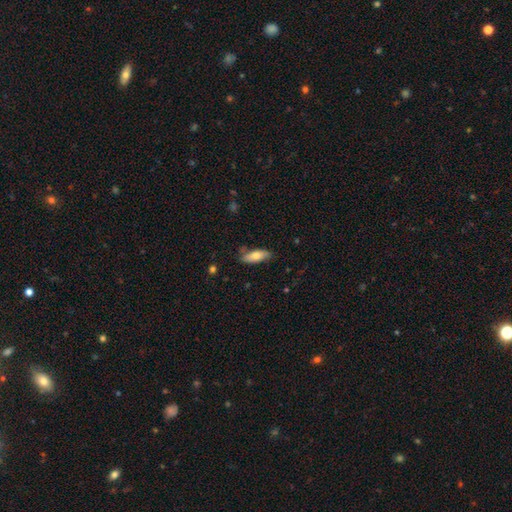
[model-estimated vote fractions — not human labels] The model was most divided on "how rounded": in between: 69%, cigar-shaped: 28%, round: 2%. More confident: merging — none (75%); smooth or featured — smooth (72%).